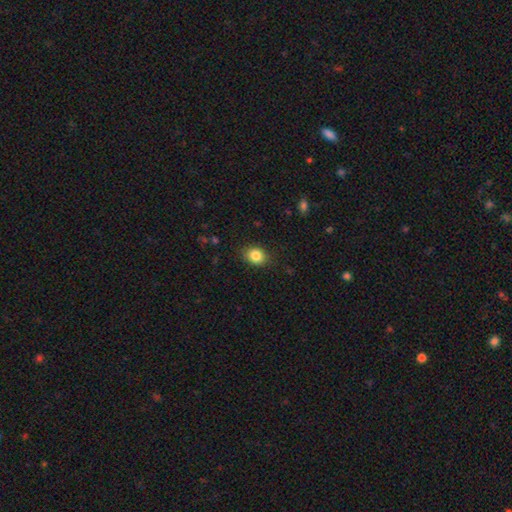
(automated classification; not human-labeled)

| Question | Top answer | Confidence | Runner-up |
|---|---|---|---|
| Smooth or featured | smooth | 85% | star or artifact (10%) |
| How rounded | in between | 50% | round (49%) |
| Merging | none | 85% | minor disturbance (11%) |